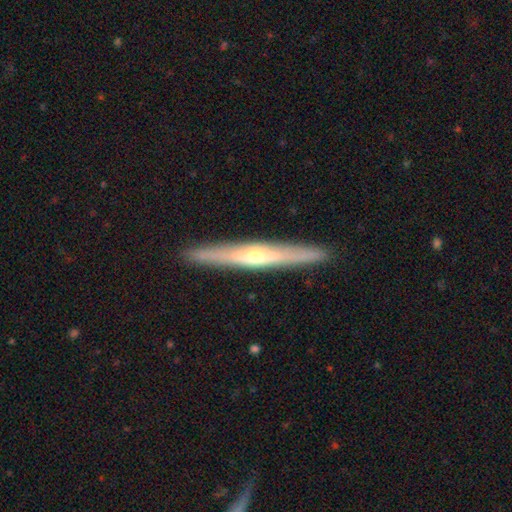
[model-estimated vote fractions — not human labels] Smooth or featured? Predicted: featured or disk (p=0.72). Edge-on disk? Predicted: yes (p=0.96). Edge-on bulge? Predicted: rounded (p=0.81). Merging? Predicted: none (p=0.92).